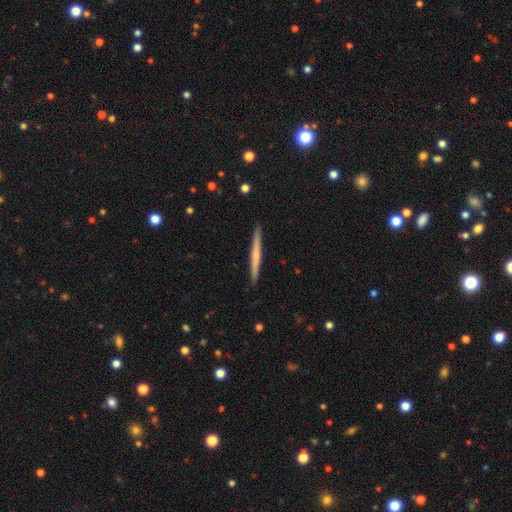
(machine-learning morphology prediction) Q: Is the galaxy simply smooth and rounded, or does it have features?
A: featured or disk — 49%.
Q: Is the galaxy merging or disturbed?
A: none — 92%.